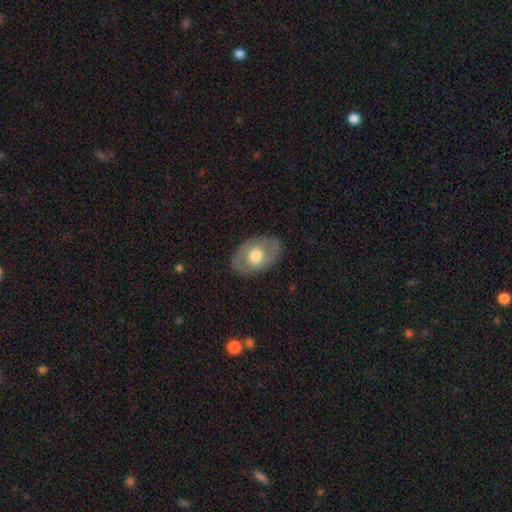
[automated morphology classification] A smooth galaxy with no disk features (48%). Merging: none (81%).